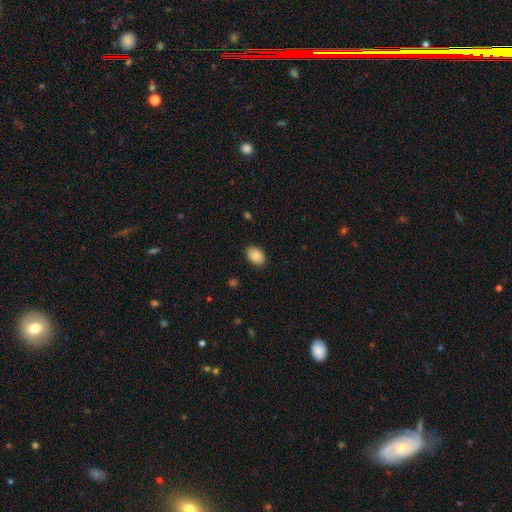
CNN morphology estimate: Smooth or featured?
  - smooth: 86% *
  - star or artifact: 7%
  - featured or disk: 7%
How rounded?
  - in between: 87% *
  - round: 12%
  - cigar-shaped: 1%
Merging?
  - none: 87% *
  - minor disturbance: 10%
  - major disturbance: 2%
  - merger: 1%